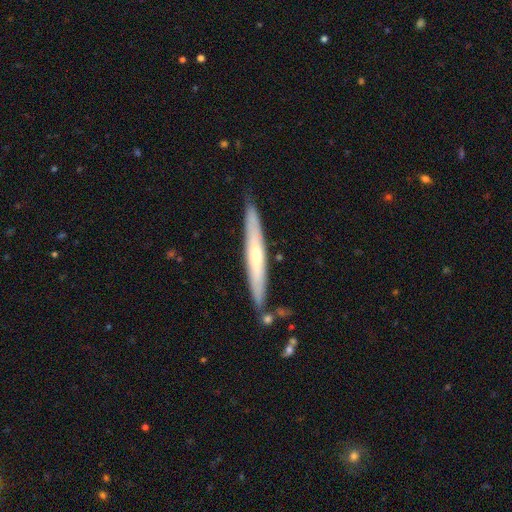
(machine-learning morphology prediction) smooth-or-featured: featured or disk: 52% | smooth: 42% | star or artifact: 6%
  disk-edge-on: yes: 89% | no: 11%
  merging: none: 83% | minor disturbance: 11% | merger: 3% | major disturbance: 2%